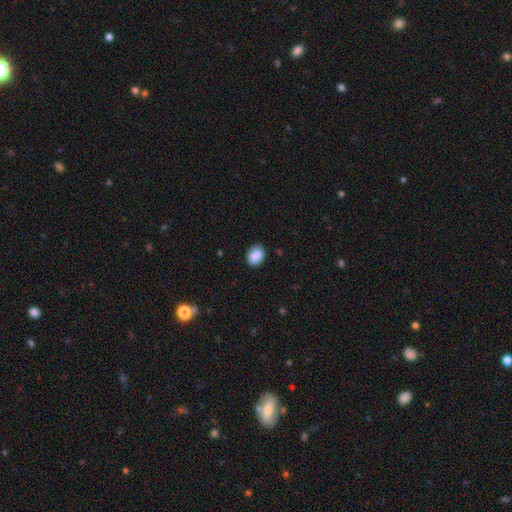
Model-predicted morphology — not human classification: Smooth or featured?
  - smooth: 88% *
  - star or artifact: 8%
  - featured or disk: 4%
How rounded?
  - in between: 61% *
  - round: 38%
  - cigar-shaped: 1%
Merging?
  - none: 85% *
  - minor disturbance: 11%
  - major disturbance: 2%
  - merger: 1%